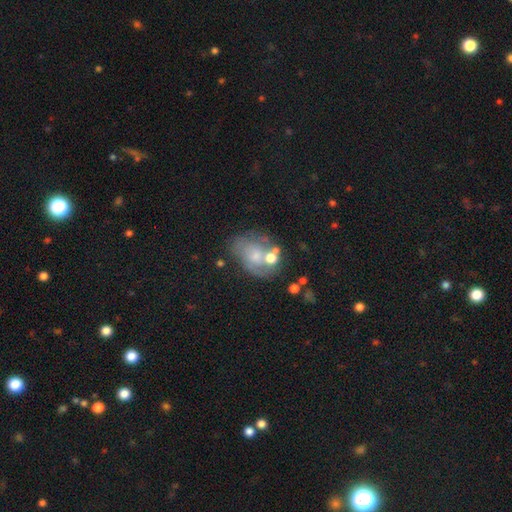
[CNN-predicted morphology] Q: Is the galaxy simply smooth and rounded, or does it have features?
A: featured or disk — 52%.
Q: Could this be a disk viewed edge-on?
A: no — 97%.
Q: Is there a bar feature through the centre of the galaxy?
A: no — 79%.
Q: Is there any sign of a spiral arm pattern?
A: yes — 57%.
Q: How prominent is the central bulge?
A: small — 43%.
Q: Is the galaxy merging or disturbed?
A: none — 41%.